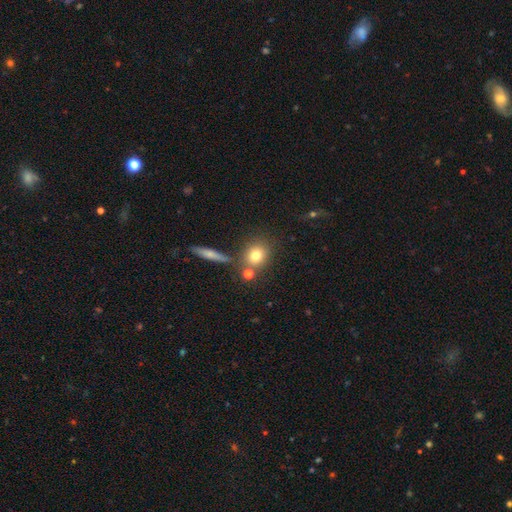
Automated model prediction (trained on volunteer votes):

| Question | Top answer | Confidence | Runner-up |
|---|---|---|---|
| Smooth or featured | smooth | 76% | featured or disk (12%) |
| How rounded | round | 70% | in between (27%) |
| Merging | none | 71% | merger (14%) |